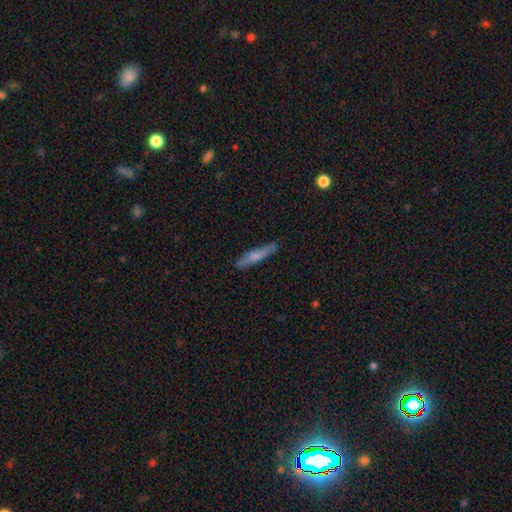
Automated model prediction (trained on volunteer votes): This appears to be a smooth galaxy with no disk features (56%) that is cigar-shaped (91%). Merging: none (84%).